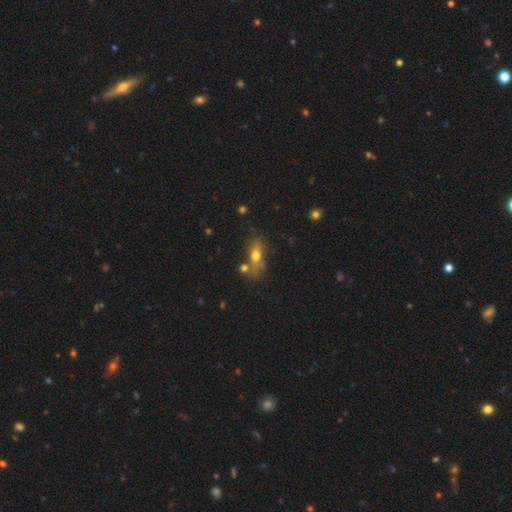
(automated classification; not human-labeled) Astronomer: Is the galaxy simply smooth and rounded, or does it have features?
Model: smooth — 60%.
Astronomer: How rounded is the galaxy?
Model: in between — 69%.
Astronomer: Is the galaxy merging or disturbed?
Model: none — 57%.